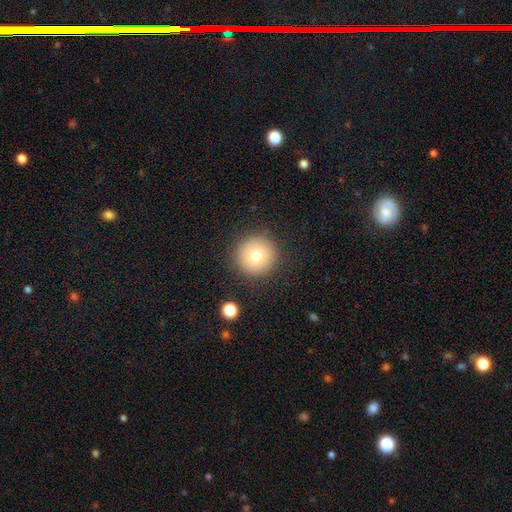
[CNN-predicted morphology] Q: Smooth or featured?
A: smooth (74%); runner-up: featured or disk (14%)
Q: How rounded?
A: round (96%); runner-up: in between (3%)
Q: Merging?
A: none (89%); runner-up: minor disturbance (7%)